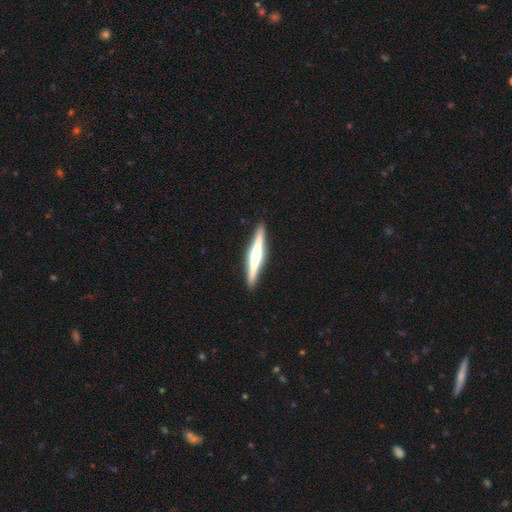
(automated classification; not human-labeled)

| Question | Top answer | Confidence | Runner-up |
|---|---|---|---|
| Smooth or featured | featured or disk | 69% | smooth (26%) |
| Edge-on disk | yes | 98% | no (2%) |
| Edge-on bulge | rounded | 72% | boxy (14%) |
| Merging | none | 92% | minor disturbance (6%) |